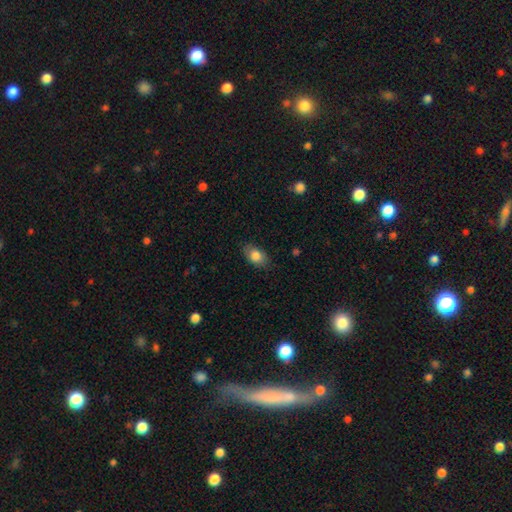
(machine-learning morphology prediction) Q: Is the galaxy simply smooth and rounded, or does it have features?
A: smooth — 83%.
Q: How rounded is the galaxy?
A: in between — 85%.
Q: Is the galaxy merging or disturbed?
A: none — 80%.